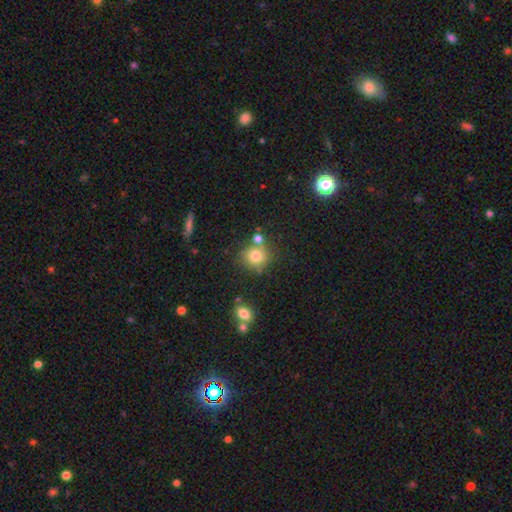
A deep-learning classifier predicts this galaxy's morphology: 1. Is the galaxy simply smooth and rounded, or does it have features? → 78% smooth, 12% star or artifact, 10% featured or disk.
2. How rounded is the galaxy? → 83% round, 16% in between, 1% cigar-shaped.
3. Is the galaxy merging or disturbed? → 68% none, 16% merger, 12% minor disturbance, 4% major disturbance.